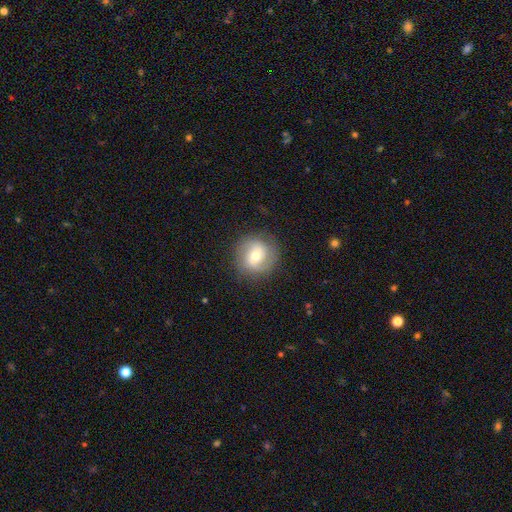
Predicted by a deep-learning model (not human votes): Q: Smooth or featured?
A: featured or disk (62%); runner-up: smooth (30%)
Q: Edge-on disk?
A: no (97%); runner-up: yes (3%)
Q: Bar?
A: no (43%); runner-up: weak (42%)
Q: Spiral arms?
A: yes (87%); runner-up: no (13%)
Q: Spiral winding?
A: medium (44%); runner-up: tight (33%)
Q: Spiral arm count?
A: 2 (78%); runner-up: can't tell (11%)
Q: Bulge size?
A: moderate (59%); runner-up: small (35%)
Q: Merging?
A: none (84%); runner-up: minor disturbance (11%)